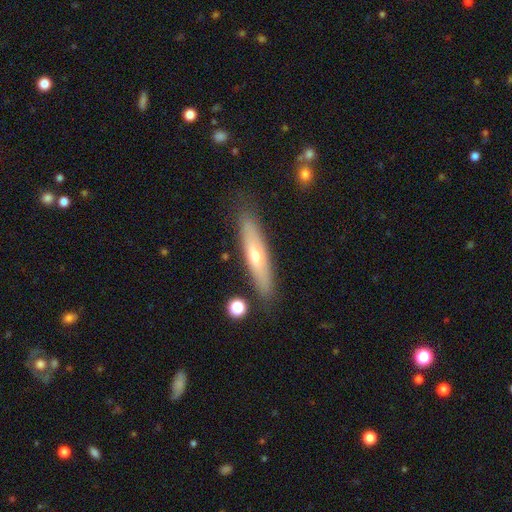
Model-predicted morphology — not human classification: The model was most divided on "smooth or featured": smooth: 51%, featured or disk: 42%, star or artifact: 7%. More confident: merging — none (83%); how rounded — cigar-shaped (81%).